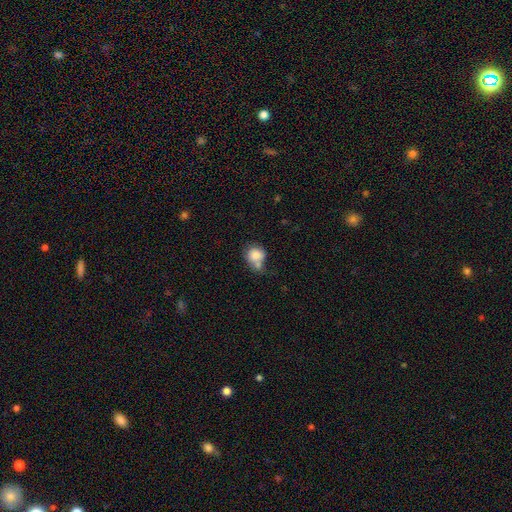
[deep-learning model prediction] Smooth or featured? Predicted: smooth (p=0.82). How rounded? Predicted: round (p=0.73). Merging? Predicted: merger (p=0.38).